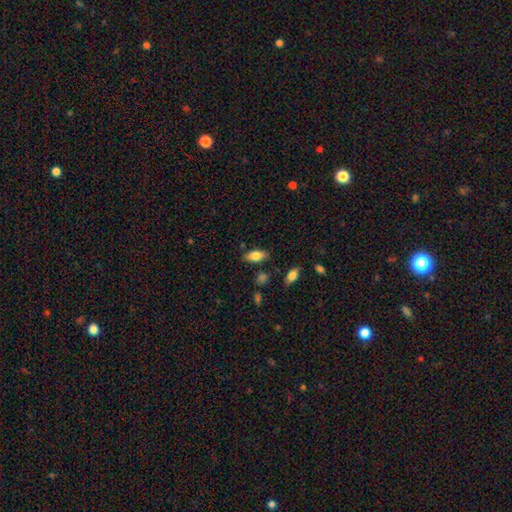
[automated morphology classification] This is likely a smooth galaxy (78%). How rounded: clearly in between (87%). Merging: clearly none (82%).